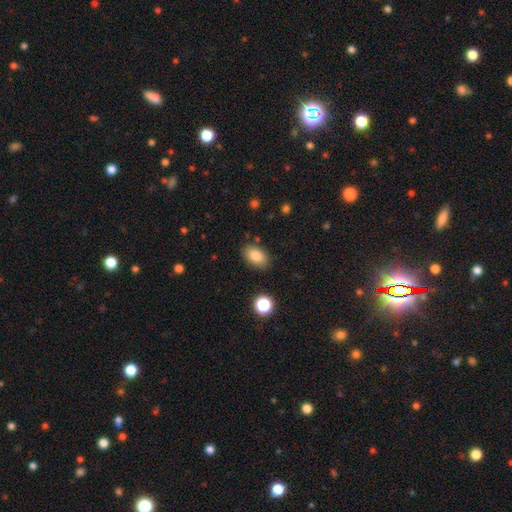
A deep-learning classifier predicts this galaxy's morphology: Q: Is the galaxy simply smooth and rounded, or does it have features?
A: smooth — 82%.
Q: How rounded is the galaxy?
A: in between — 87%.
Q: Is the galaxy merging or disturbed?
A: none — 85%.